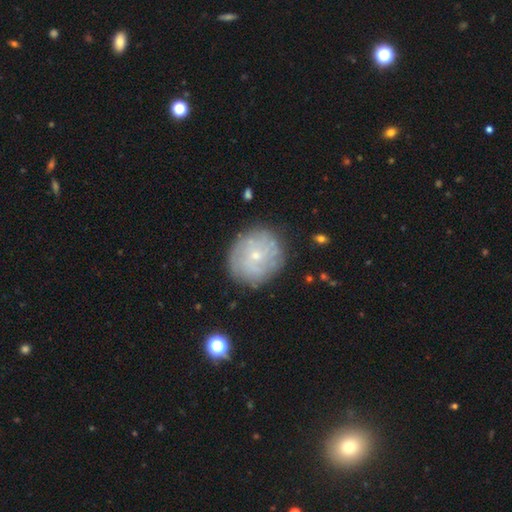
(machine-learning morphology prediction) A featured or disk galaxy (59%) with no bar (80%), spiral arms (72%) and a small central bulge (77%). Merging: none (79%).